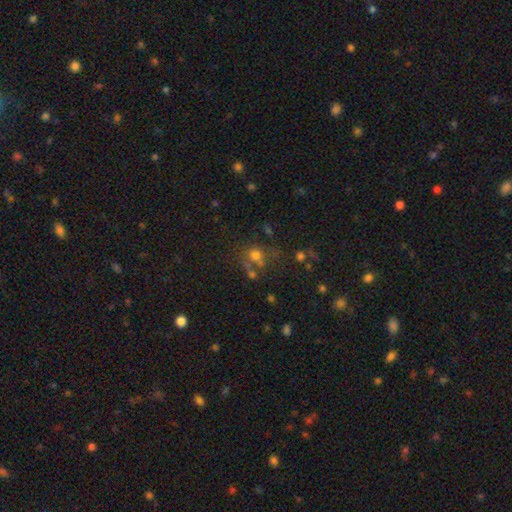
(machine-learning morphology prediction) A smooth galaxy with no disk features (62%) that is round (72%).

Vote fractions:
- Smooth or featured? smooth: 62% / star or artifact: 22% / featured or disk: 16%
- How rounded? round: 72% / in between: 27% / cigar-shaped: 1%
- Merging? none: 47% / merger: 25% / minor disturbance: 15% / major disturbance: 12%